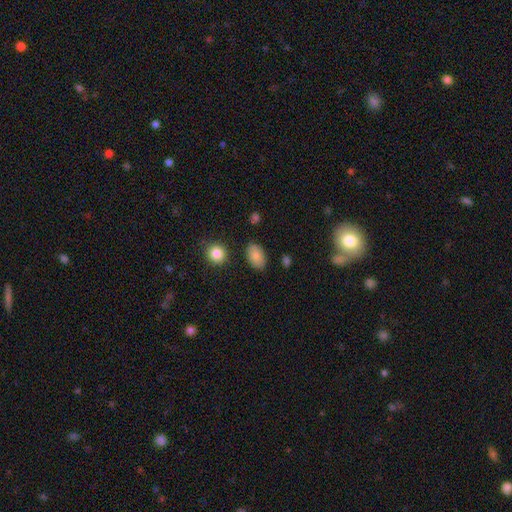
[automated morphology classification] This appears to be a smooth galaxy with no disk features (83%) that is in between round and cigar-shaped (90%). Merging: none (84%).